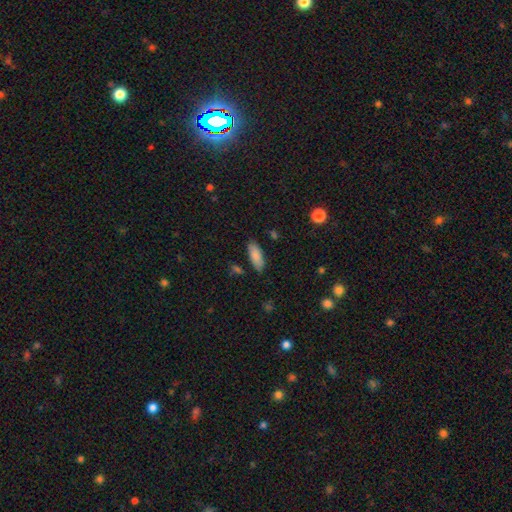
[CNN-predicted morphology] A smooth galaxy with no disk features (86%) that is in between round and cigar-shaped (74%). Merging: none (83%).